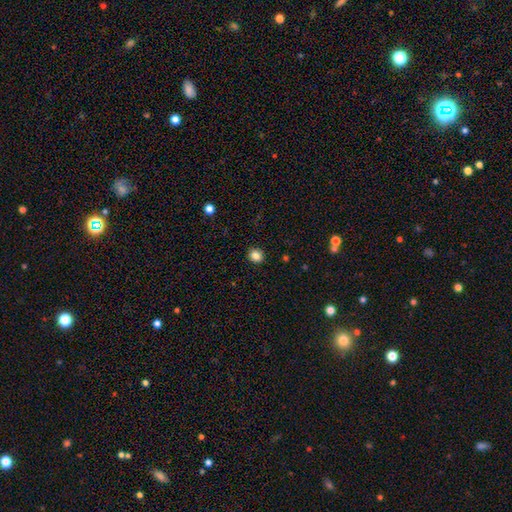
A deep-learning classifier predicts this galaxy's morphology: Smooth or featured?
  - smooth: 84% *
  - star or artifact: 11%
  - featured or disk: 5%
How rounded?
  - round: 79% *
  - in between: 20%
  - cigar-shaped: 1%
Merging?
  - none: 92% *
  - minor disturbance: 6%
  - major disturbance: 2%
  - merger: 1%